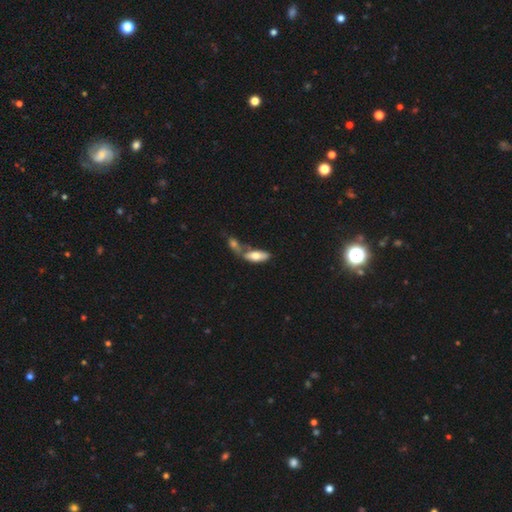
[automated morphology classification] smooth 72%, featured or disk 22%, star or artifact 6%. Down the decision tree: how rounded — in between (77%); merging — merger (51%).